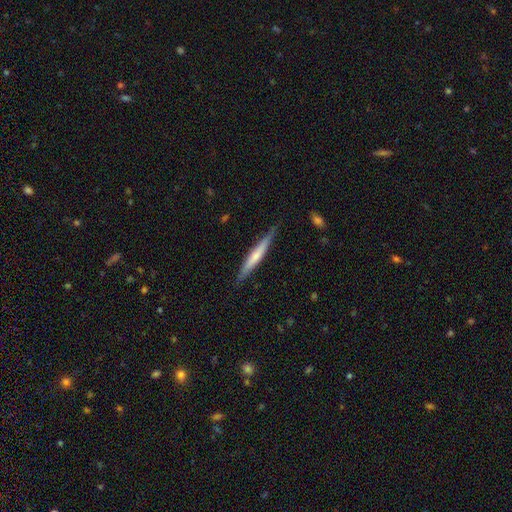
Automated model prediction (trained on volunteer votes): smooth-or-featured: featured or disk: 48% | smooth: 47% | star or artifact: 5%
  merging: none: 85% | minor disturbance: 12% | major disturbance: 2% | merger: 1%